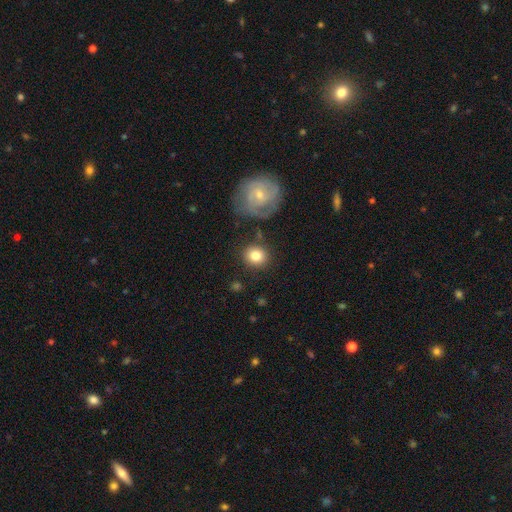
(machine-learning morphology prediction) smooth_or_featured: smooth (p=0.81) [alt: featured or disk p=0.11]
how_rounded: round (p=0.84) [alt: in between p=0.15]
merging: none (p=0.81) [alt: minor disturbance p=0.10]